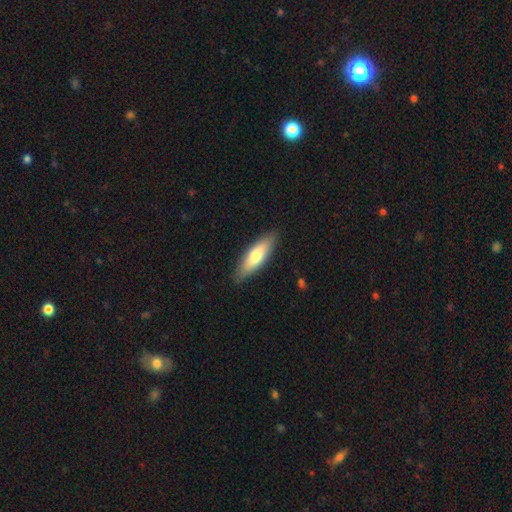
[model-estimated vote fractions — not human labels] Smooth or featured? Predicted: smooth (p=0.70). How rounded? Predicted: cigar-shaped (p=0.51). Merging? Predicted: none (p=0.87).